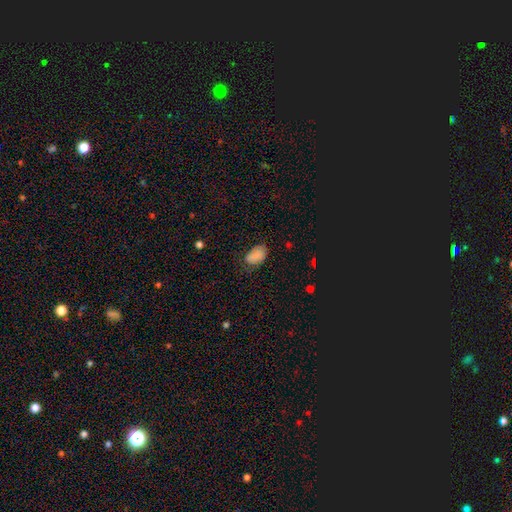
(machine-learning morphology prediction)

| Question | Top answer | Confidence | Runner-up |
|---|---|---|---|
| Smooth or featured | smooth | 85% | star or artifact (8%) |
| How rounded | in between | 92% | round (7%) |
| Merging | none | 63% | minor disturbance (27%) |